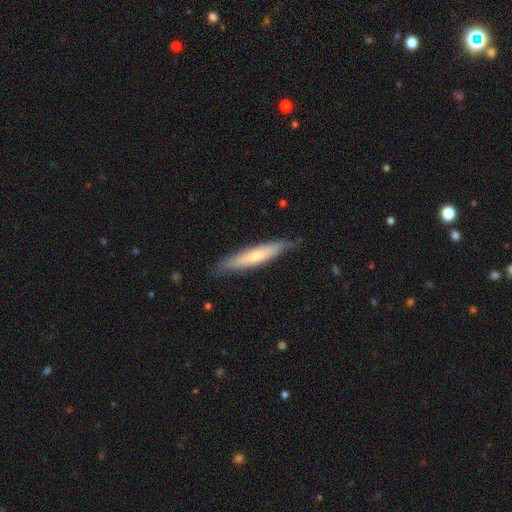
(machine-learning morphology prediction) The model was most divided on "smooth or featured": smooth: 54%, featured or disk: 40%, star or artifact: 6%. More confident: how rounded — cigar-shaped (87%); merging — none (78%).